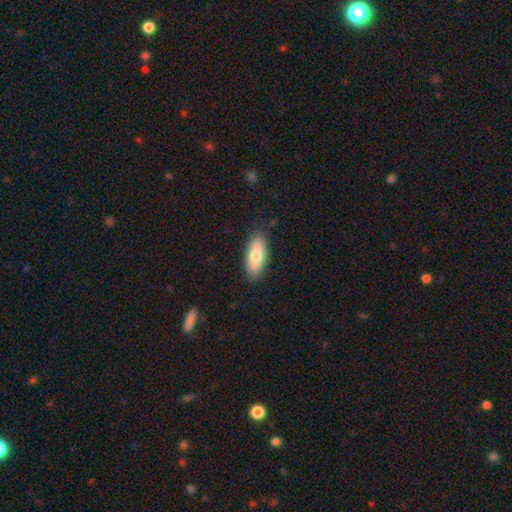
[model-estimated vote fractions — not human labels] This appears to be a smooth galaxy with no disk features (73%) that is in between round and cigar-shaped (79%). Merging: none (85%).